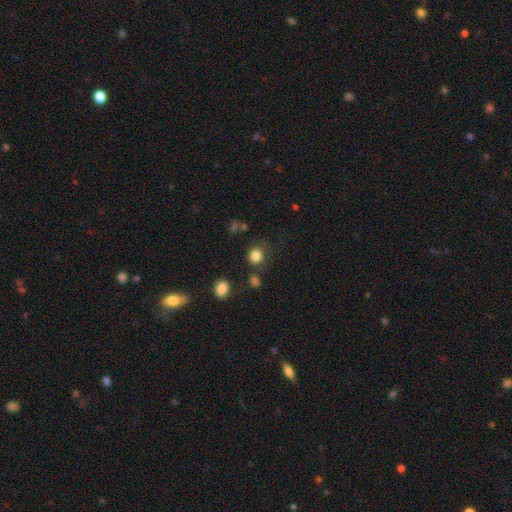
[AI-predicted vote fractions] A smooth galaxy with no disk features (83%) that is round (79%). Merging: none (75%).